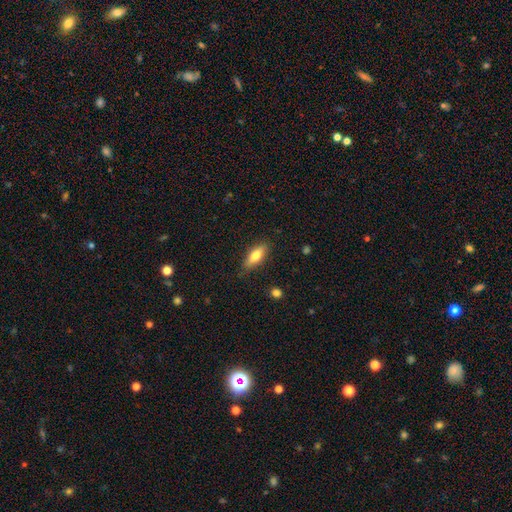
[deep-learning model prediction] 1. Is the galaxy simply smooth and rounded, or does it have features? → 69% smooth, 25% featured or disk, 7% star or artifact.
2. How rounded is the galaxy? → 60% in between, 38% cigar-shaped, 3% round.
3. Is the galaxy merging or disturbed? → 83% none, 13% minor disturbance, 3% major disturbance, 1% merger.